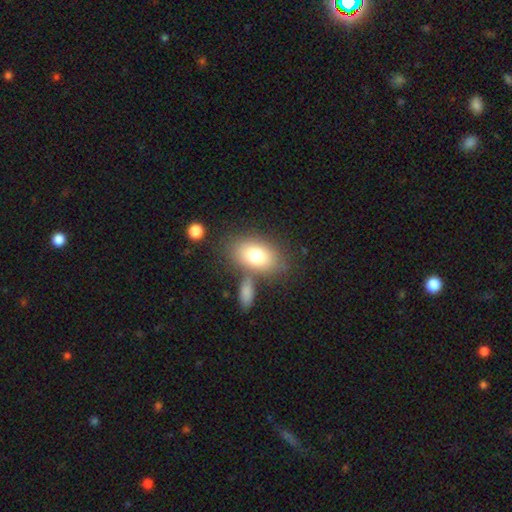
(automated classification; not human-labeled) smooth 77%, featured or disk 15%, star or artifact 8%. Down the decision tree: how rounded — in between (86%); merging — none (64%).